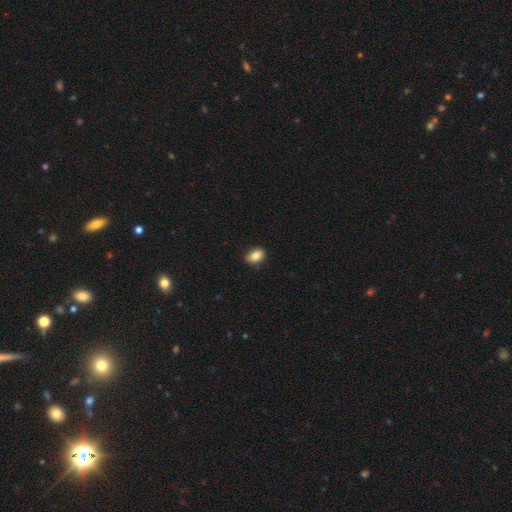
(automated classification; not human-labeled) Smooth or featured? Predicted: smooth (p=0.83). How rounded? Predicted: in between (p=0.81). Merging? Predicted: none (p=0.82).